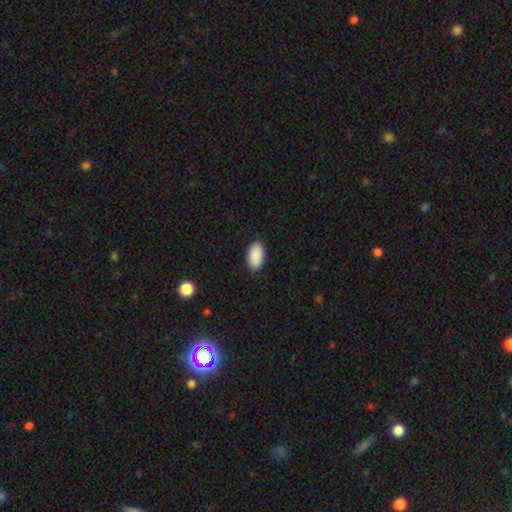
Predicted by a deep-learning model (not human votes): A smooth galaxy with no disk features (91%) that is in between round and cigar-shaped (96%).

Vote fractions:
- Smooth or featured? smooth: 91% / star or artifact: 6% / featured or disk: 3%
- How rounded? in between: 96% / round: 3% / cigar-shaped: 2%
- Merging? none: 90% / minor disturbance: 7% / major disturbance: 2% / merger: 1%